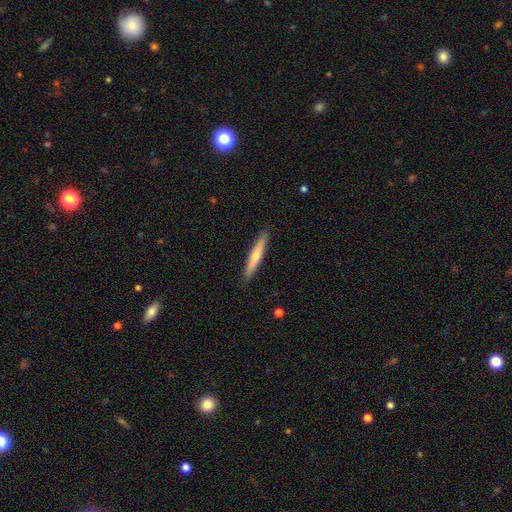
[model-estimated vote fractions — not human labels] A smooth galaxy with no disk features (63%) that is cigar-shaped (94%). Merging: none (90%).